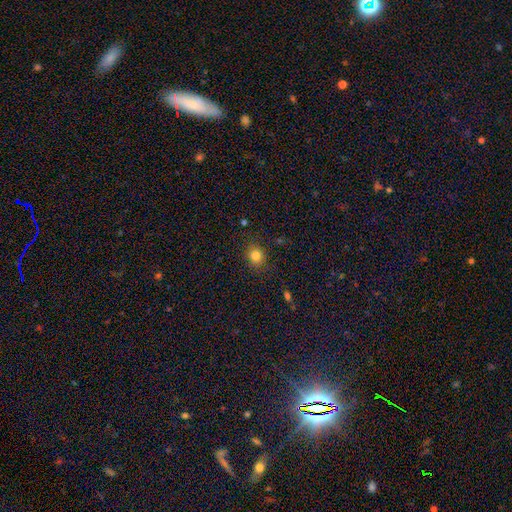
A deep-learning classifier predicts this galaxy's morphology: Q: Smooth or featured?
A: smooth (82%); runner-up: star or artifact (13%)
Q: How rounded?
A: round (77%); runner-up: in between (22%)
Q: Merging?
A: none (84%); runner-up: minor disturbance (11%)